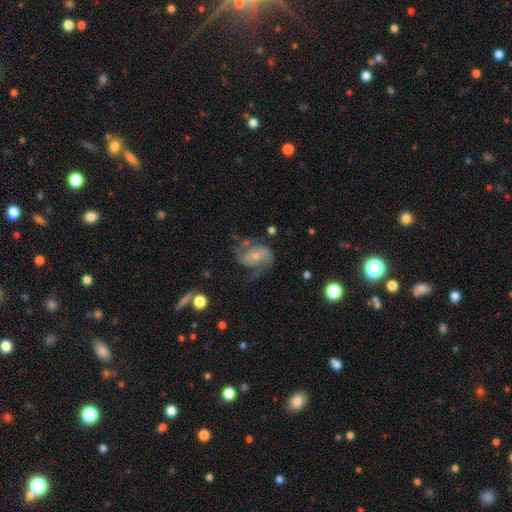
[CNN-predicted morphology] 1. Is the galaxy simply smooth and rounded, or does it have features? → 72% featured or disk, 21% smooth, 7% star or artifact.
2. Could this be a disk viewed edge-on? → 97% no, 3% yes.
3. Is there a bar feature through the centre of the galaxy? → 55% no, 34% weak, 11% strong.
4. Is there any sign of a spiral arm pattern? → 86% yes, 14% no.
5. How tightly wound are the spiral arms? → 46% medium, 34% loose, 20% tight.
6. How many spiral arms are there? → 74% 2, 11% can't tell, 10% 1, 3% 3, 1% 4, 1% more than 4.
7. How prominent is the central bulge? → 53% small, 37% moderate, 4% none, 4% large, 1% dominant.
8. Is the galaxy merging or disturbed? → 46% none, 28% major disturbance, 23% minor disturbance, 4% merger.